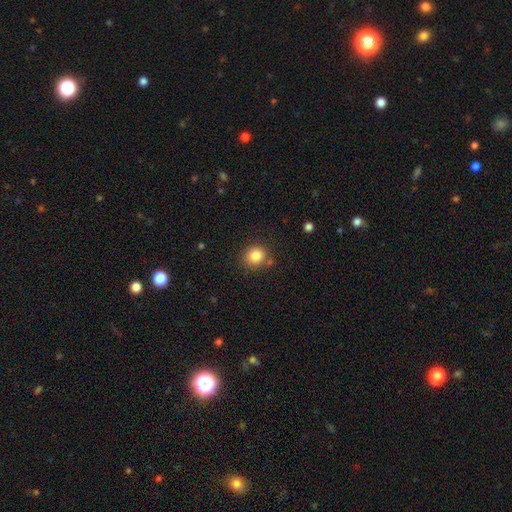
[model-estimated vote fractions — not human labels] Smooth or featured: smooth — 84% (star or artifact — 10%)
How rounded: round — 84% (in between — 15%)
Merging: none — 80% (minor disturbance — 11%)